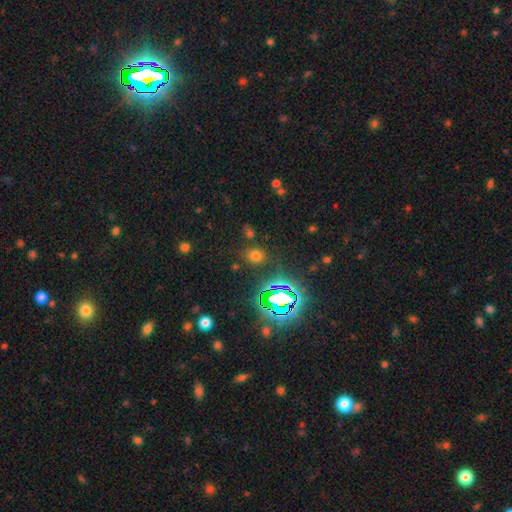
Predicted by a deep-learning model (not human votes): Smooth or featured? smooth (59%)
How rounded? round (60%)
Merging? none (83%)